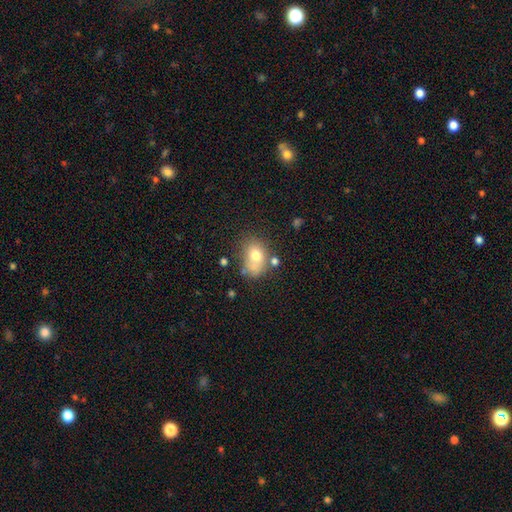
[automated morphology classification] smooth 72%, featured or disk 17%, star or artifact 10%. Down the decision tree: how rounded — in between (68%); merging — none (48%).